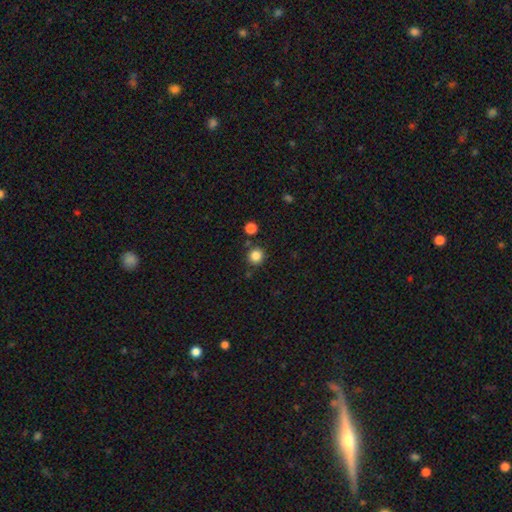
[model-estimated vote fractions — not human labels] smooth-or-featured: smooth: 85% | star or artifact: 11% | featured or disk: 4%
  how-rounded: round: 93% | in between: 6% | cigar-shaped: 1%
  merging: none: 84% | minor disturbance: 8% | merger: 6% | major disturbance: 3%